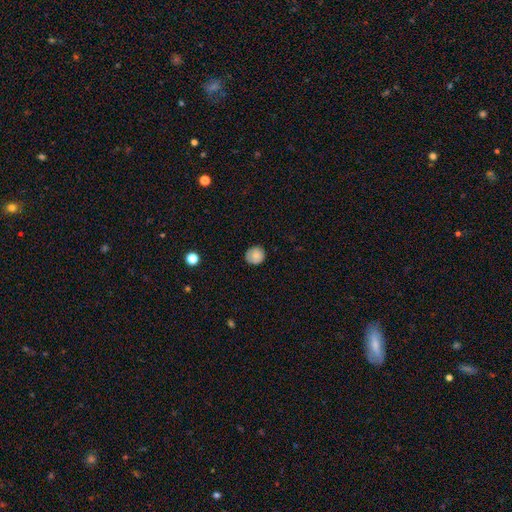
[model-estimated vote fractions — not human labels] Overall: smooth (80%). How rounded: round (89%). Merging: none (84%).